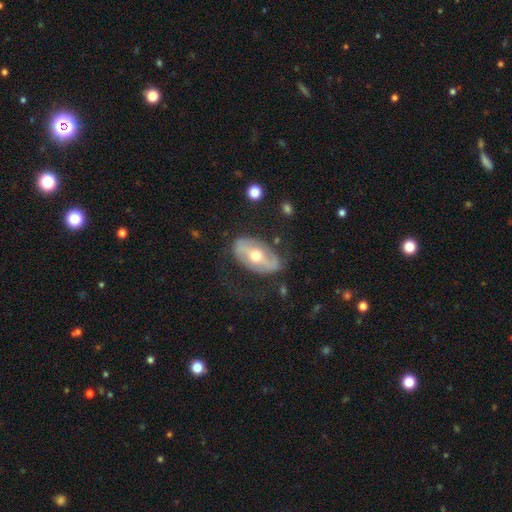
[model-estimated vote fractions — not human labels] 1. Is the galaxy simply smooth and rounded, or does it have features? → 65% featured or disk, 29% smooth, 6% star or artifact.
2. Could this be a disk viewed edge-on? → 89% no, 11% yes.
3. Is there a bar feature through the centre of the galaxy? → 40% strong, 30% weak, 29% no.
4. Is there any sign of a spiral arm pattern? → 51% no, 49% yes.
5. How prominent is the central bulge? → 72% moderate, 20% small, 6% large, 1% dominant, 1% none.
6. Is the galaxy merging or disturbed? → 67% none, 19% minor disturbance, 12% major disturbance, 2% merger.